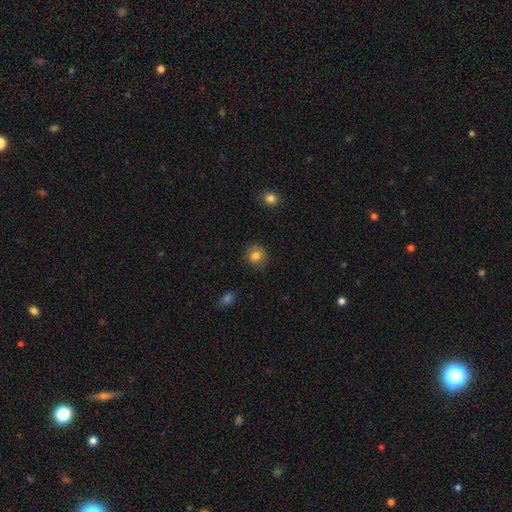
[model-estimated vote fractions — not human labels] smooth_or_featured: smooth (p=0.81) [alt: star or artifact p=0.10]
how_rounded: round (p=0.84) [alt: in between p=0.15]
merging: none (p=0.87) [alt: minor disturbance p=0.09]